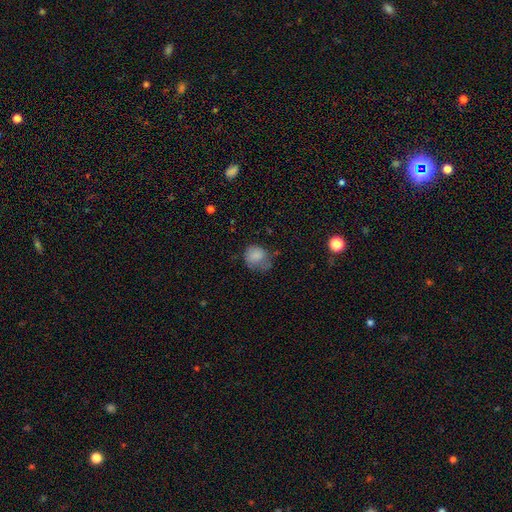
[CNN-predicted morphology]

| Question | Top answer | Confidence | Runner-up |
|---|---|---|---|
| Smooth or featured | smooth | 79% | featured or disk (12%) |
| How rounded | round | 68% | in between (31%) |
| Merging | none | 41% | minor disturbance (35%) |